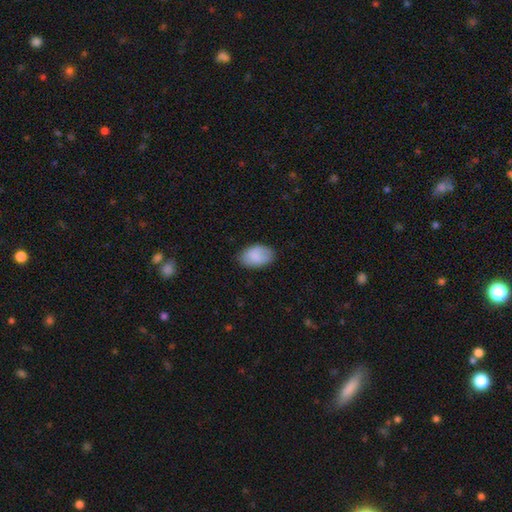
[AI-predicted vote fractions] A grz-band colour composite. It shows a smooth galaxy with no disk features (86%) that is in between round and cigar-shaped (91%). Merging: none (79%).